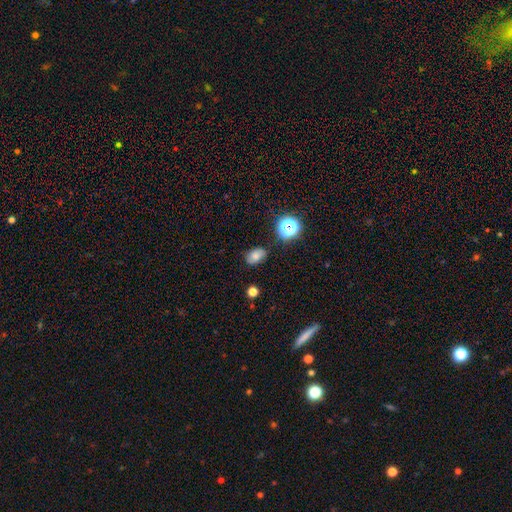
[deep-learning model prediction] This is likely a smooth galaxy (74%). How rounded: clearly in between (82%). Merging: likely none (77%).